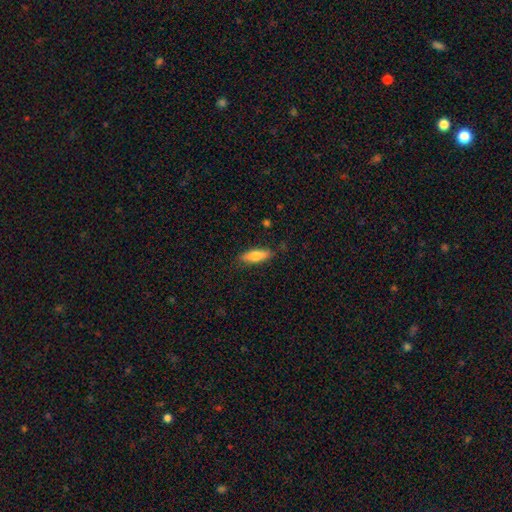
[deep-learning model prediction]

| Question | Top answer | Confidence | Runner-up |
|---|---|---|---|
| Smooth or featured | smooth | 78% | featured or disk (16%) |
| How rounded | in between | 57% | cigar-shaped (41%) |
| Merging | none | 83% | minor disturbance (13%) |